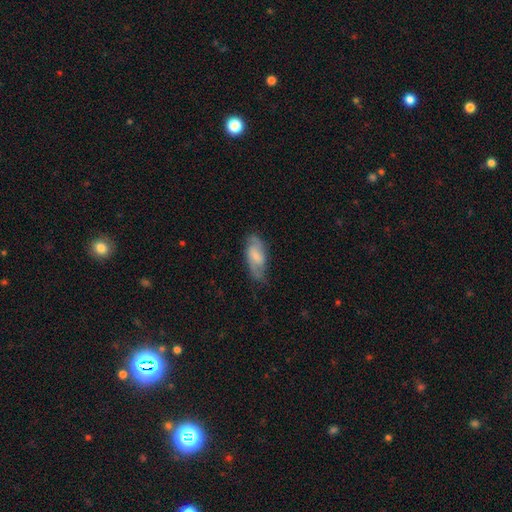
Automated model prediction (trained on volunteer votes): Q: Smooth or featured?
A: featured or disk (52%); runner-up: smooth (41%)
Q: Edge-on disk?
A: no (89%); runner-up: yes (11%)
Q: Merging?
A: none (66%); runner-up: minor disturbance (24%)